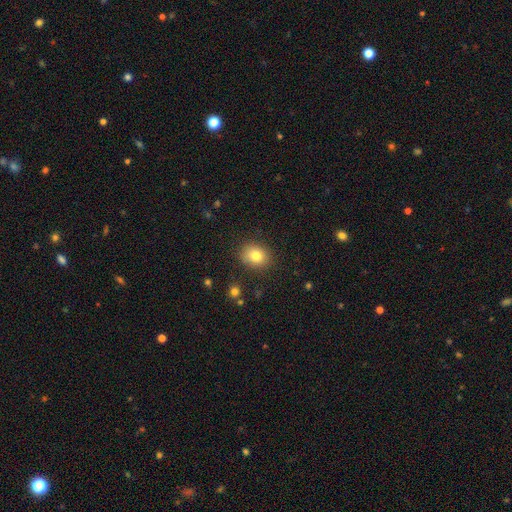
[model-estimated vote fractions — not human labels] This appears to be a smooth galaxy with no disk features (80%) that is round (55%). Merging: none (86%).